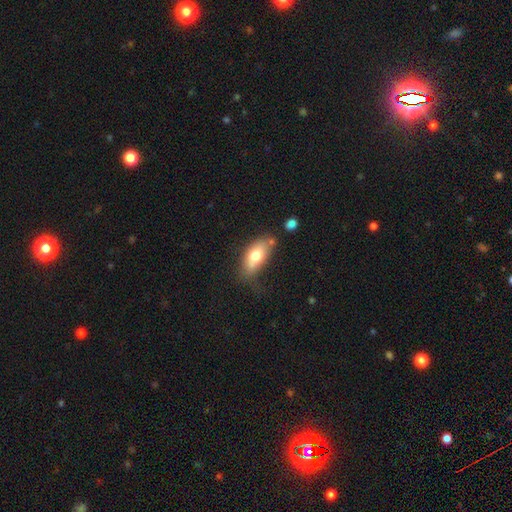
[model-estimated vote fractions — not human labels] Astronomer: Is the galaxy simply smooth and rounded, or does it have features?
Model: smooth — 72%.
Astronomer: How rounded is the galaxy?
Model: in between — 87%.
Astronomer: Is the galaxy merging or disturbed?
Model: none — 58%.